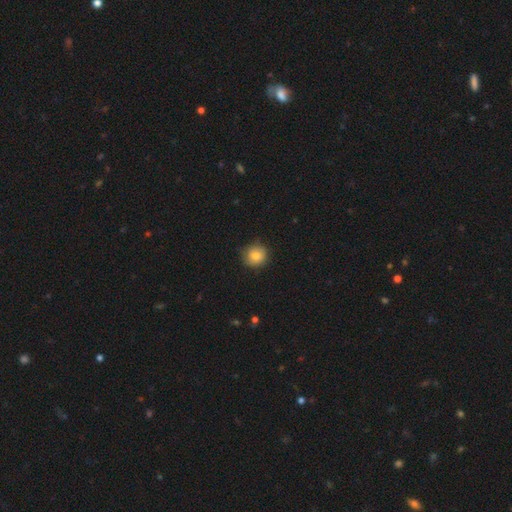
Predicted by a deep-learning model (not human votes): The model was most divided on "merging": none: 84%, minor disturbance: 13%, major disturbance: 2%, merger: 1%. More confident: how rounded — round (90%); smooth or featured — smooth (82%).